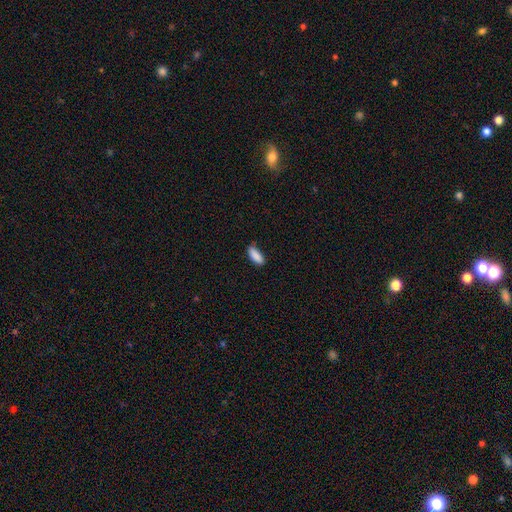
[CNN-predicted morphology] A smooth galaxy with no disk features (89%) that is in between round and cigar-shaped (76%).

Vote fractions:
- Smooth or featured? smooth: 89% / star or artifact: 7% / featured or disk: 4%
- How rounded? in between: 76% / cigar-shaped: 22% / round: 2%
- Merging? none: 73% / minor disturbance: 21% / major disturbance: 3% / merger: 2%